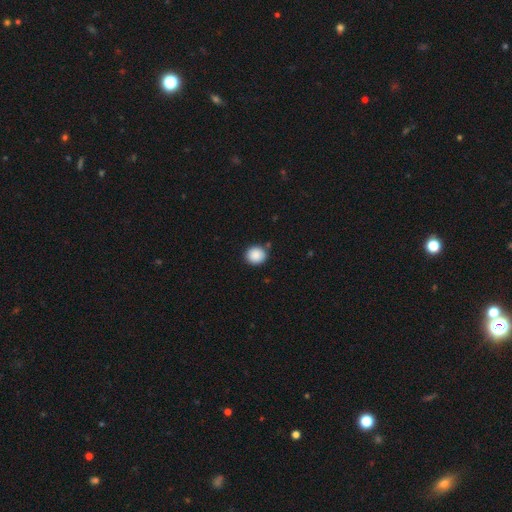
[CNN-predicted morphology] smooth_or_featured: smooth (p=0.89) [alt: star or artifact p=0.08]
how_rounded: round (p=0.83) [alt: in between p=0.16]
merging: none (p=0.85) [alt: minor disturbance p=0.10]